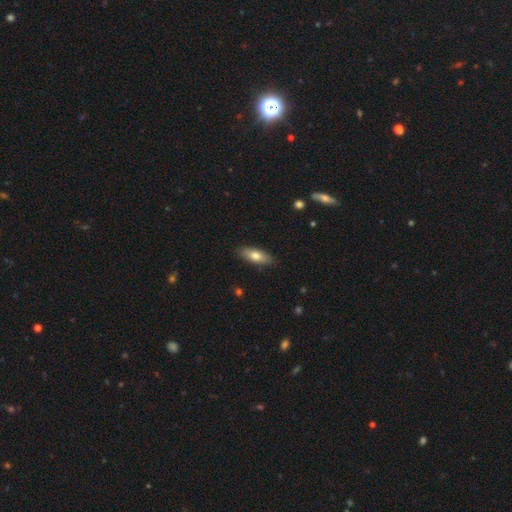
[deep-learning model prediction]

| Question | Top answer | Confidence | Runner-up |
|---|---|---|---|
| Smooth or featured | smooth | 73% | featured or disk (21%) |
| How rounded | in between | 70% | cigar-shaped (28%) |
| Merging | none | 87% | minor disturbance (10%) |